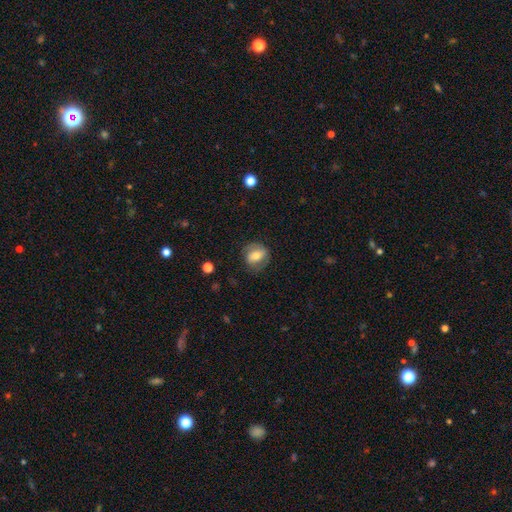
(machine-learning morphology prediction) Smooth or featured?
  - smooth: 55% *
  - featured or disk: 37%
  - star or artifact: 8%
How rounded?
  - round: 54% *
  - in between: 45%
  - cigar-shaped: 2%
Merging?
  - none: 72% *
  - minor disturbance: 18%
  - major disturbance: 9%
  - merger: 1%